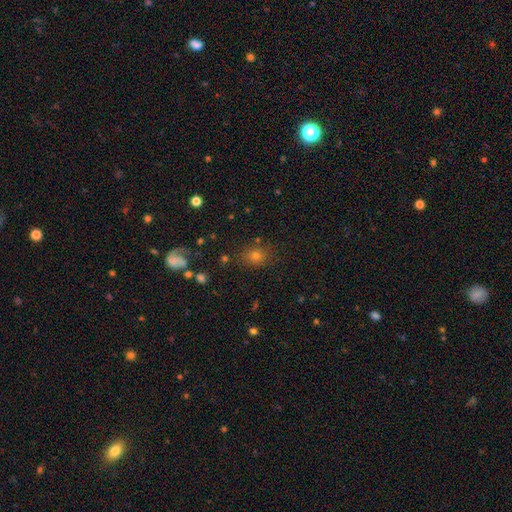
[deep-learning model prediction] Q: Smooth or featured?
A: smooth (60%); runner-up: star or artifact (26%)
Q: How rounded?
A: round (71%); runner-up: in between (28%)
Q: Merging?
A: none (81%); runner-up: minor disturbance (11%)